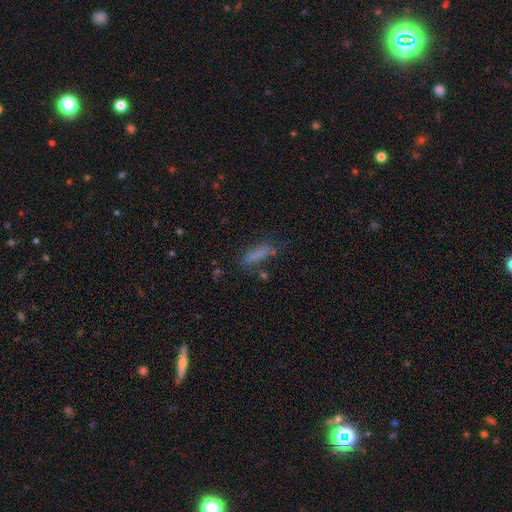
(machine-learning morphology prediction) type=smooth (77%); roundness=cigar-shaped (66%); merging=none (65%).